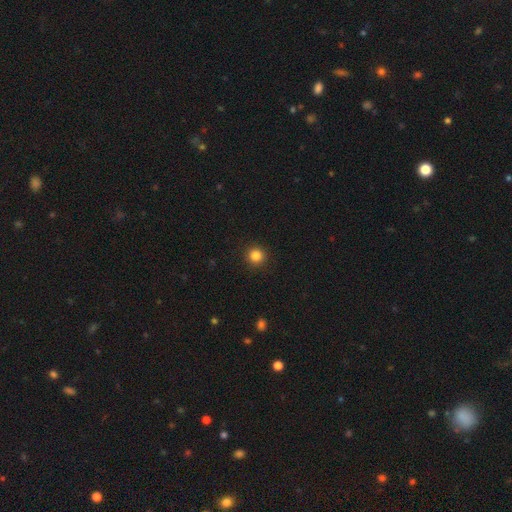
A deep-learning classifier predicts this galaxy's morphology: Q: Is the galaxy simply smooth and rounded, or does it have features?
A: smooth — 85%.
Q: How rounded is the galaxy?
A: round — 95%.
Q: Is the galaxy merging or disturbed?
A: none — 92%.